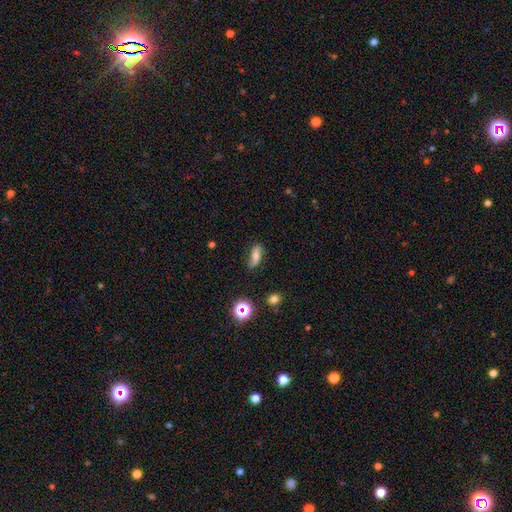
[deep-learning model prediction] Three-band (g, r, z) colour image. It shows a featured or disk galaxy (61%) with no bar (49%), spiral arms (90%) and a moderate central bulge (49%). Merging: none (74%).